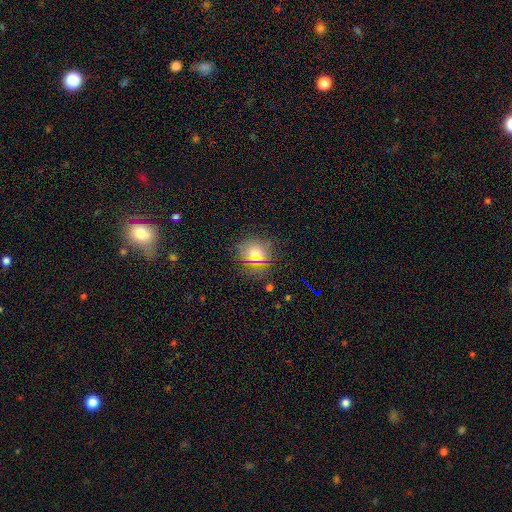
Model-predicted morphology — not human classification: smooth 65%, star or artifact 26%, featured or disk 10%. Down the decision tree: how rounded — round (82%); merging — none (84%).